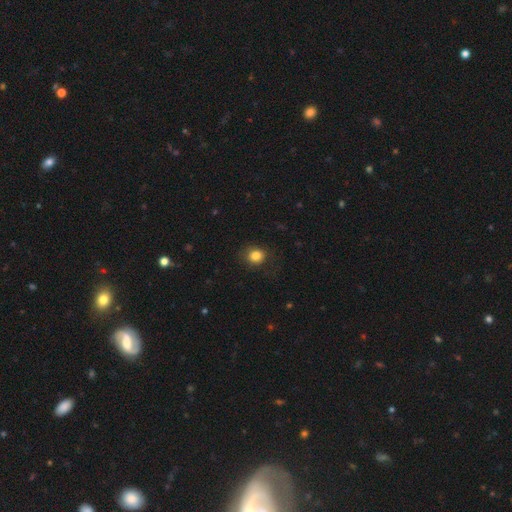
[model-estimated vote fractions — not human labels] This is clearly a smooth galaxy (84%). How rounded: likely round (74%). Merging: clearly none (81%).